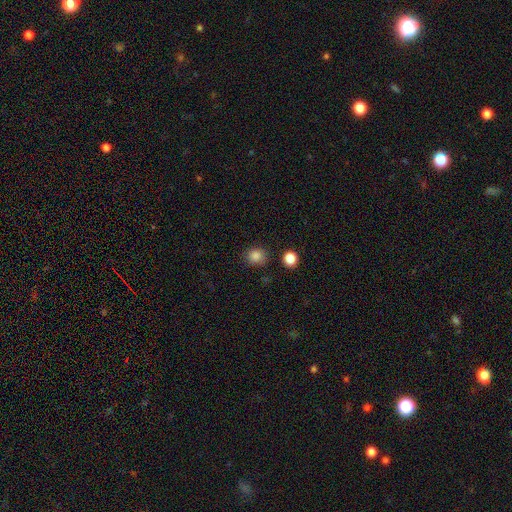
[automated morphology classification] smooth_or_featured: smooth (p=0.85) [alt: star or artifact p=0.12]
how_rounded: round (p=0.85) [alt: in between p=0.14]
merging: none (p=0.85) [alt: minor disturbance p=0.09]